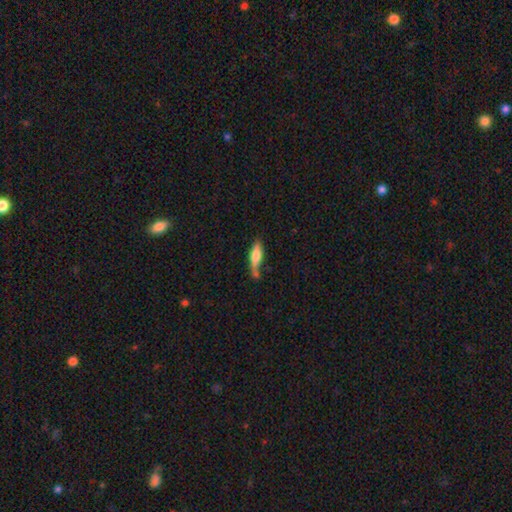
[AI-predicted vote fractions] Smooth or featured?
  - smooth: 63% *
  - featured or disk: 31%
  - star or artifact: 6%
How rounded?
  - cigar-shaped: 63% *
  - in between: 34%
  - round: 3%
Merging?
  - none: 49% *
  - minor disturbance: 26%
  - merger: 15%
  - major disturbance: 10%